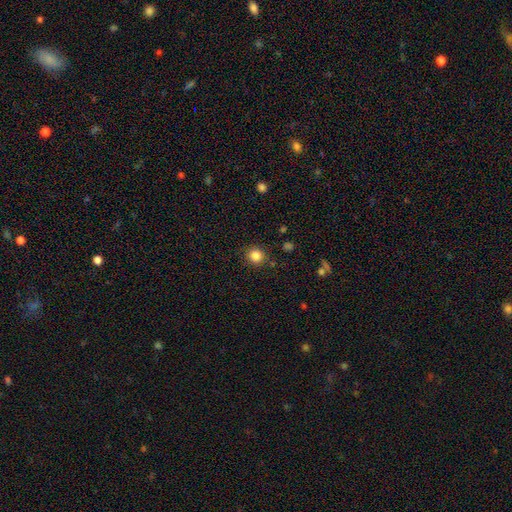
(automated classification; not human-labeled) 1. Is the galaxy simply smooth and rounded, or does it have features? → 84% smooth, 12% star or artifact, 4% featured or disk.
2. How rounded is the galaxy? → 91% round, 8% in between, 1% cigar-shaped.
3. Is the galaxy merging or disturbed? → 87% none, 8% minor disturbance, 3% major disturbance, 2% merger.